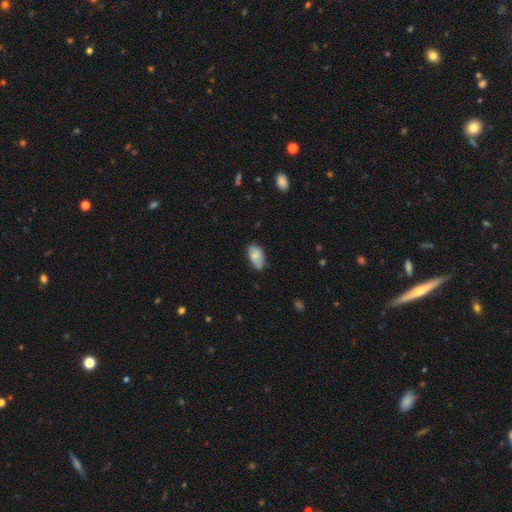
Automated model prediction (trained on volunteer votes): Q: Smooth or featured?
A: smooth (74%); runner-up: featured or disk (19%)
Q: How rounded?
A: in between (93%); runner-up: round (4%)
Q: Merging?
A: none (62%); runner-up: minor disturbance (30%)